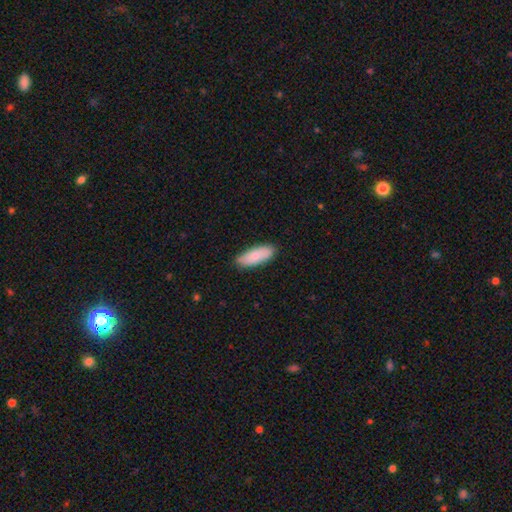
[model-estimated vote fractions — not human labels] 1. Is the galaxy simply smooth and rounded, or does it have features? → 81% smooth, 13% featured or disk, 6% star or artifact.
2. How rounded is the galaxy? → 73% in between, 26% cigar-shaped, 2% round.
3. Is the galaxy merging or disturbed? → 85% none, 12% minor disturbance, 2% major disturbance, 1% merger.